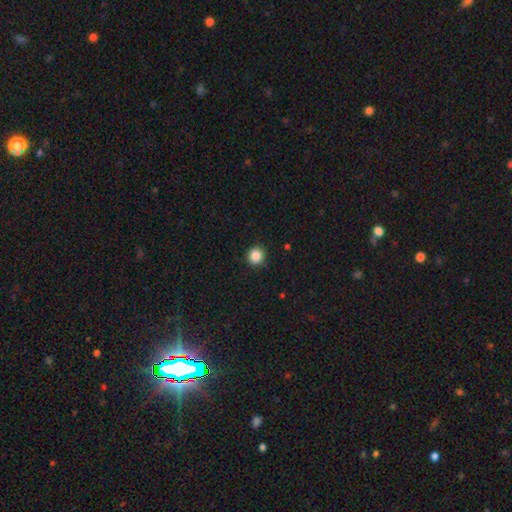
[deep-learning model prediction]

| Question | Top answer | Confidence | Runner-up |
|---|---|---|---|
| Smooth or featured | smooth | 86% | star or artifact (11%) |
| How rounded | round | 95% | in between (5%) |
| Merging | none | 92% | minor disturbance (5%) |